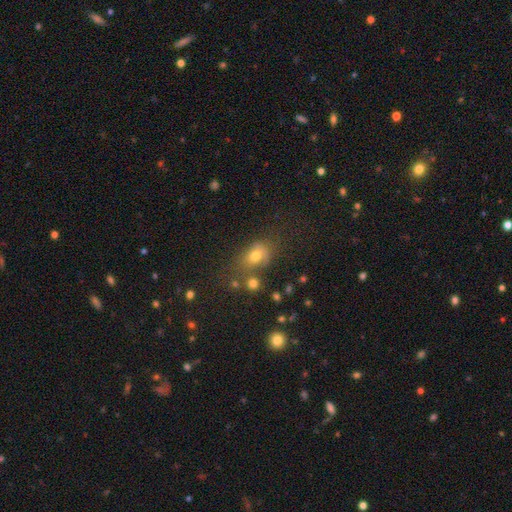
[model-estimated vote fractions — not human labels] Smooth or featured? Predicted: smooth (p=0.69). How rounded? Predicted: in between (p=0.63). Merging? Predicted: none (p=0.52).